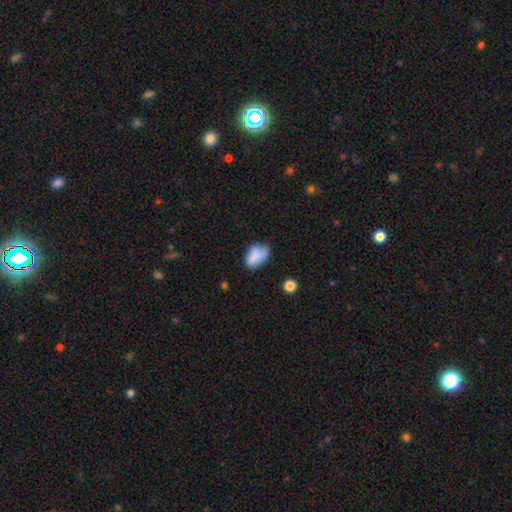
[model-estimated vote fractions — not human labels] Morphology: type=smooth (81%); roundness=in between (88%); merging=none (56%).